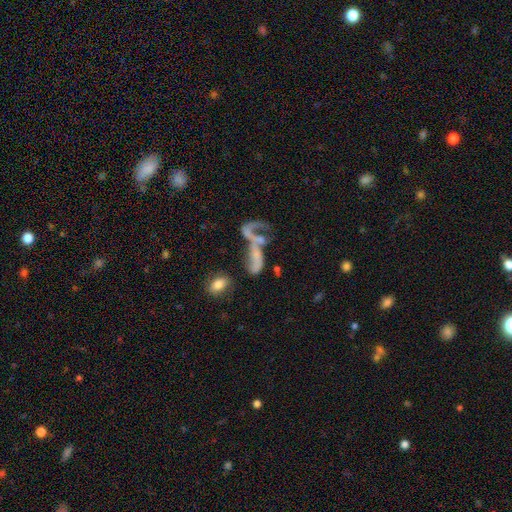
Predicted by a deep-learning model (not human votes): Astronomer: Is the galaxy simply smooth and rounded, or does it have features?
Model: featured or disk — 54% (runner-up: smooth, 29%).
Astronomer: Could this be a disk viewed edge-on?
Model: no — 90%.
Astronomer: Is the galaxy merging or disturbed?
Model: merger — 46% (runner-up: major disturbance, 30%).